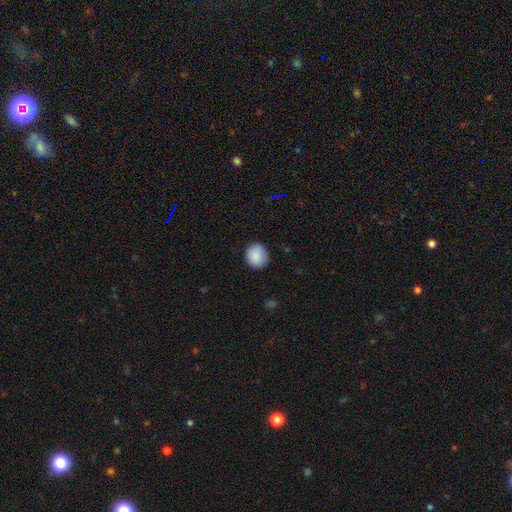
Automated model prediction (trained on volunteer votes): Overall: smooth (88%). How rounded: round (83%). Merging: none (85%).